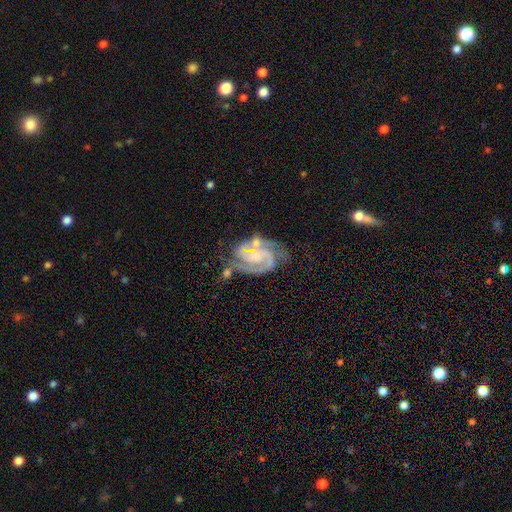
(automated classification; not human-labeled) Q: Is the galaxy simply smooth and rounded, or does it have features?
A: featured or disk — 90%.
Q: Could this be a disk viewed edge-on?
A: no — 98%.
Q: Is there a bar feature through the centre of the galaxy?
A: no — 50%.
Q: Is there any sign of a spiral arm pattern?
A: yes — 98%.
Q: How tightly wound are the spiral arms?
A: tight — 54%.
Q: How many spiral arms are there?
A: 2 — 73%.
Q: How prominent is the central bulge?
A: small — 44%.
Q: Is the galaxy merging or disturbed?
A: none — 55%.